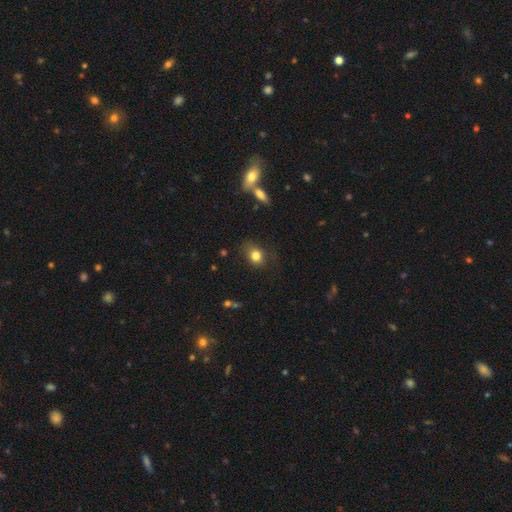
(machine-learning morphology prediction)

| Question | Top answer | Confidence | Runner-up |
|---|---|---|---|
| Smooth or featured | smooth | 81% | star or artifact (11%) |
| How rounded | round | 54% | in between (45%) |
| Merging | none | 70% | minor disturbance (21%) |